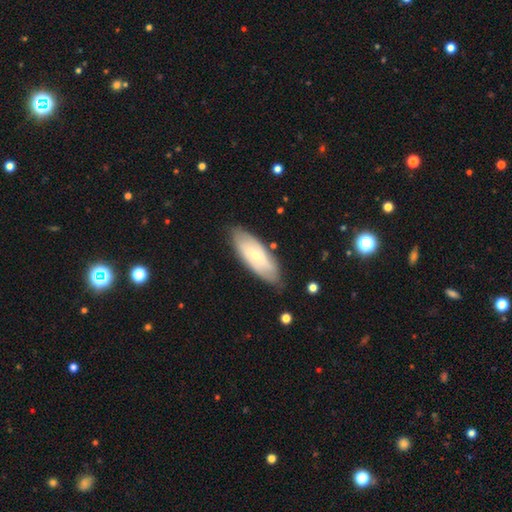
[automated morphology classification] type=featured or disk (58%); edge-on=no (84%); merging=none (80%).